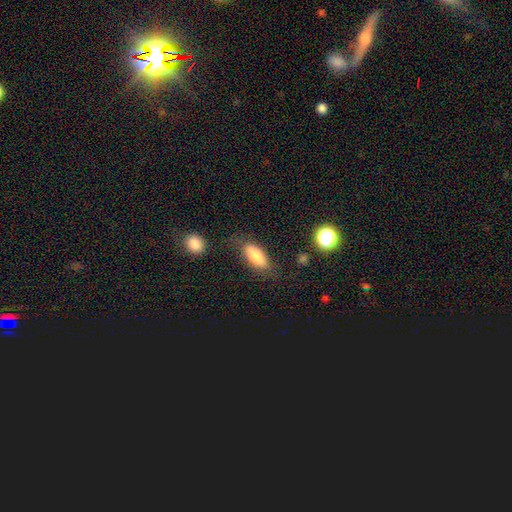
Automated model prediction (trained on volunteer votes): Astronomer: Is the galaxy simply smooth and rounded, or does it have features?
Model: smooth — 81%.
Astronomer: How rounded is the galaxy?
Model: in between — 74%.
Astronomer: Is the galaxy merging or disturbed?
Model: none — 72%.